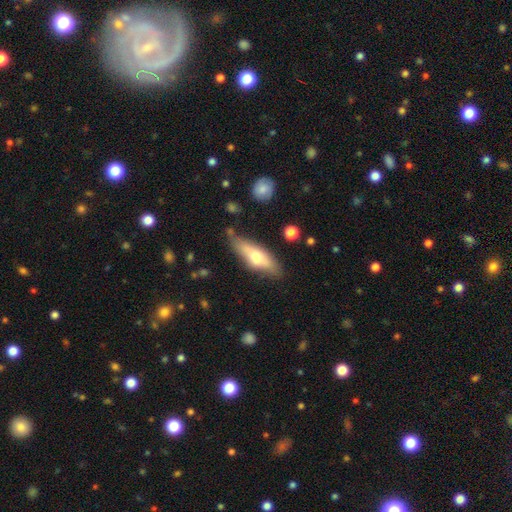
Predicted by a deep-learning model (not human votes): Q: Smooth or featured?
A: smooth (57%); runner-up: featured or disk (37%)
Q: How rounded?
A: in between (49%); runner-up: cigar-shaped (48%)
Q: Merging?
A: none (67%); runner-up: minor disturbance (22%)